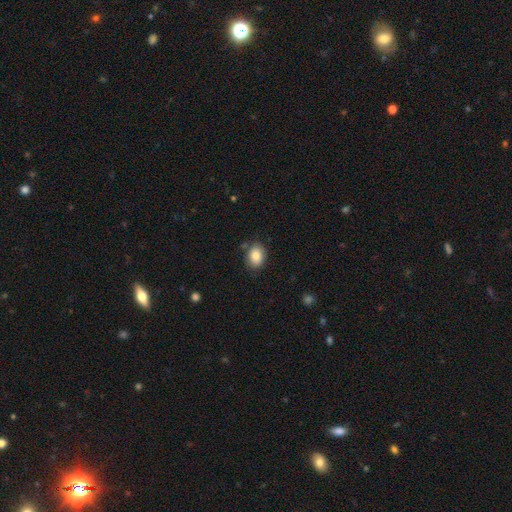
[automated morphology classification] smooth_or_featured: smooth (p=0.85) [alt: star or artifact p=0.08]
how_rounded: in between (p=0.71) [alt: round p=0.28]
merging: none (p=0.80) [alt: minor disturbance p=0.14]